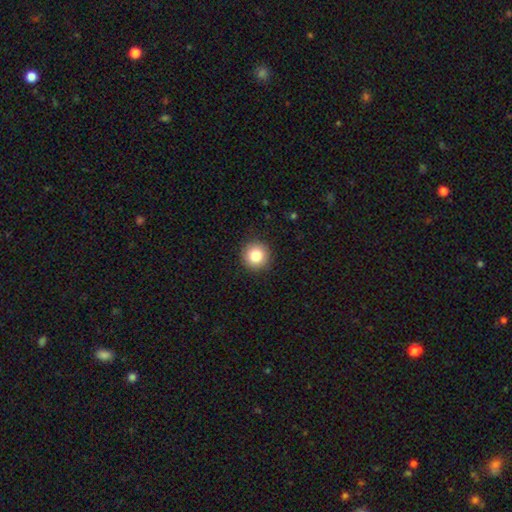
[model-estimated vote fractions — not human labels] A smooth galaxy with no disk features (82%) that is round (95%). Merging: none (92%).